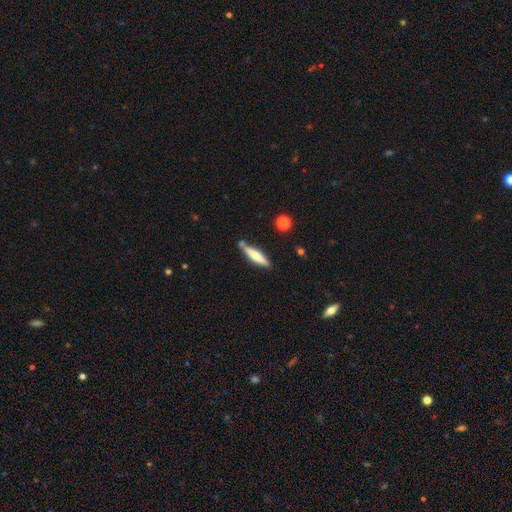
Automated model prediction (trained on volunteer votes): This appears to be a smooth galaxy with no disk features (57%) that is cigar-shaped (84%). Merging: none (76%).